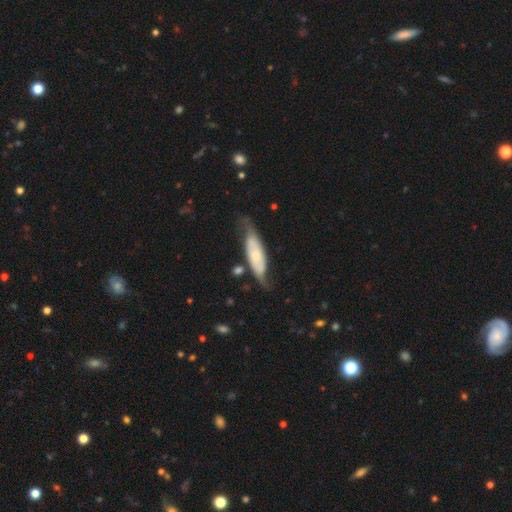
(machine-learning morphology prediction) Smooth or featured: featured or disk — 60% (smooth — 35%)
Edge-on disk: no — 72% (yes — 28%)
Merging: none — 59% (minor disturbance — 25%)